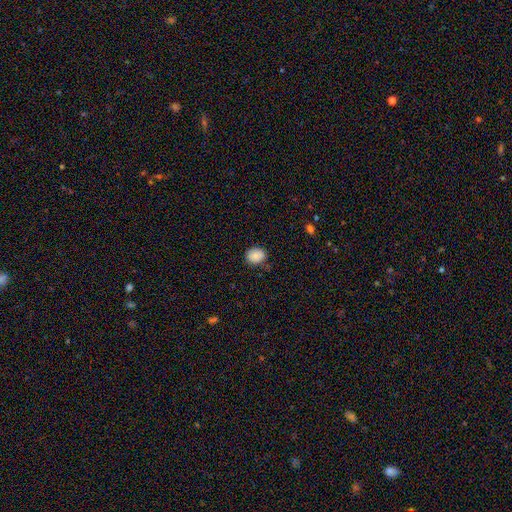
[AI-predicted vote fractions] smooth 87%, star or artifact 8%, featured or disk 4%. Down the decision tree: how rounded — round (52%); merging — none (79%).